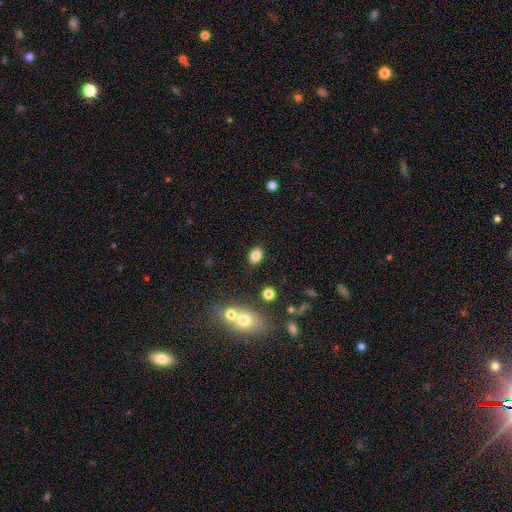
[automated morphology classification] Smooth or featured: smooth — 83% (star or artifact — 11%)
How rounded: in between — 79% (round — 19%)
Merging: none — 84% (minor disturbance — 10%)